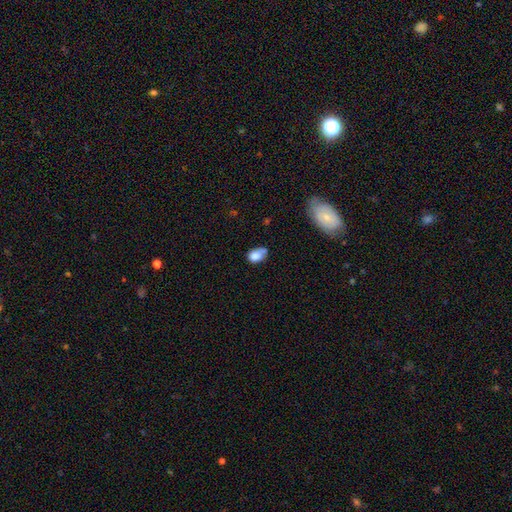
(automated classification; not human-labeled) smooth 77%, featured or disk 13%, star or artifact 10%. Down the decision tree: how rounded — in between (80%); merging — none (38%).